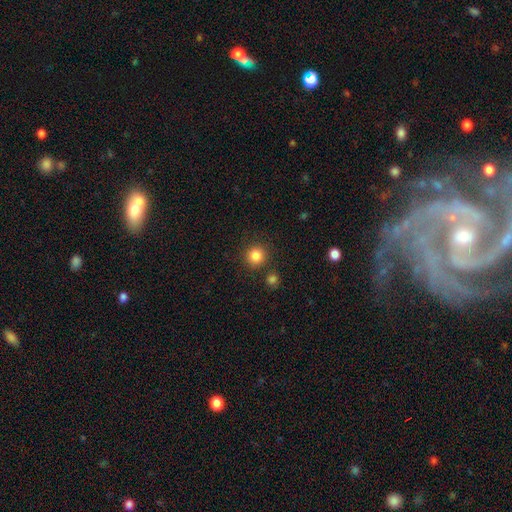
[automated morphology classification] The model was most divided on "smooth or featured": smooth: 83%, star or artifact: 12%, featured or disk: 5%. More confident: how rounded — round (93%); merging — none (87%).